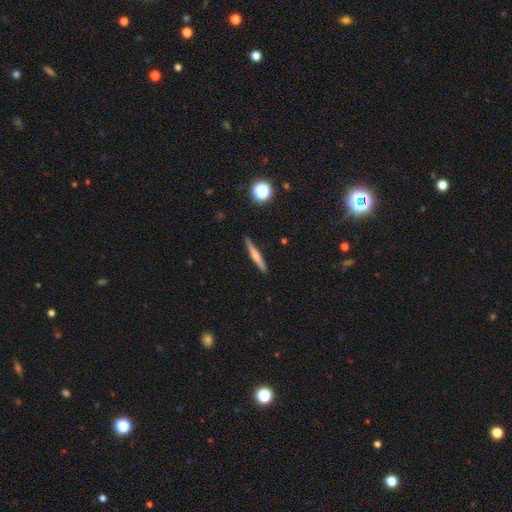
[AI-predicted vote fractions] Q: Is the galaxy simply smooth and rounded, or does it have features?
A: featured or disk — 50%.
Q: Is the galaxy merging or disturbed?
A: none — 90%.